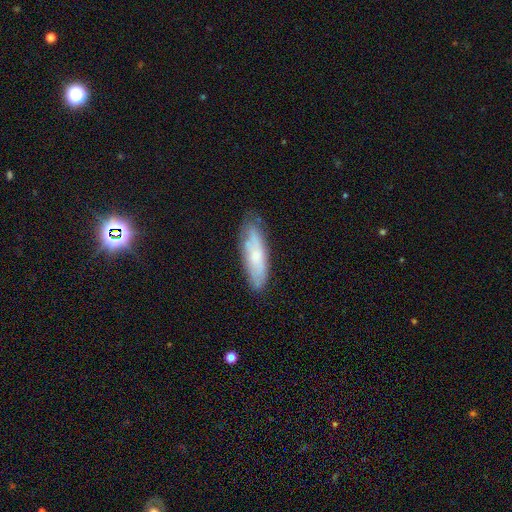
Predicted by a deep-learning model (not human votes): This is possibly a smooth galaxy (58%). How rounded: possibly cigar-shaped (53%). Merging: likely none (74%).